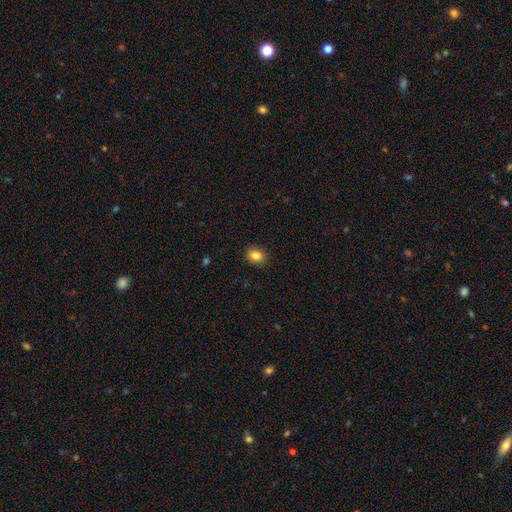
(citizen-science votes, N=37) A smooth galaxy with no disk features (92%) that is in between round and cigar-shaped (59%). Merging: none (97%).